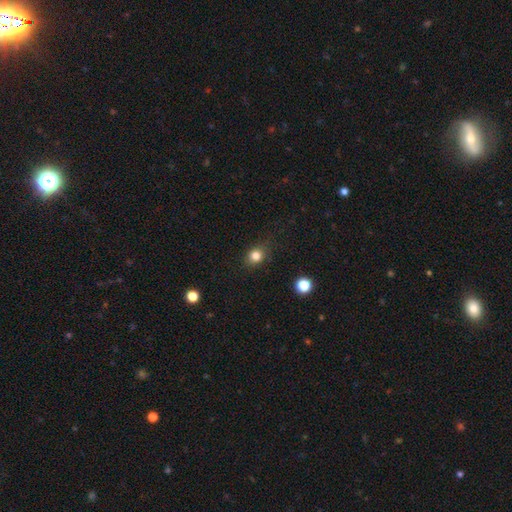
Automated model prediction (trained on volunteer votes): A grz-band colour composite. It shows a smooth galaxy with no disk features (82%) that is round (65%). Merging: none (82%).